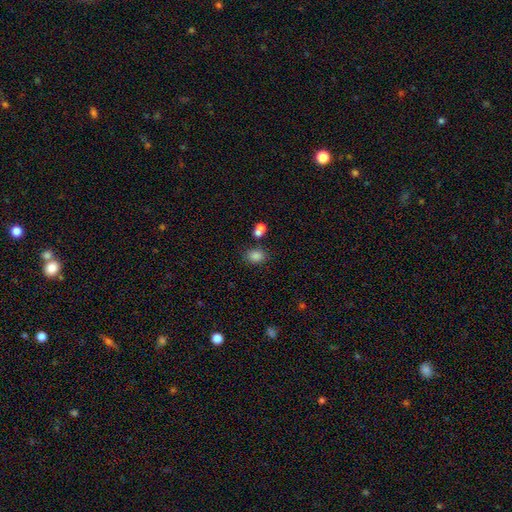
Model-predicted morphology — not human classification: Smooth or featured?
  - smooth: 82% *
  - star or artifact: 12%
  - featured or disk: 6%
How rounded?
  - in between: 61% *
  - round: 37%
  - cigar-shaped: 1%
Merging?
  - none: 68% *
  - merger: 15%
  - minor disturbance: 12%
  - major disturbance: 4%